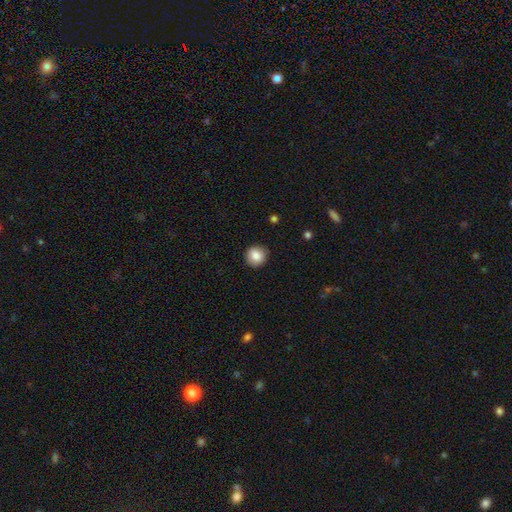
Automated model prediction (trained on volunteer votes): Q: Smooth or featured?
A: smooth (86%); runner-up: star or artifact (9%)
Q: How rounded?
A: round (91%); runner-up: in between (8%)
Q: Merging?
A: none (90%); runner-up: minor disturbance (7%)